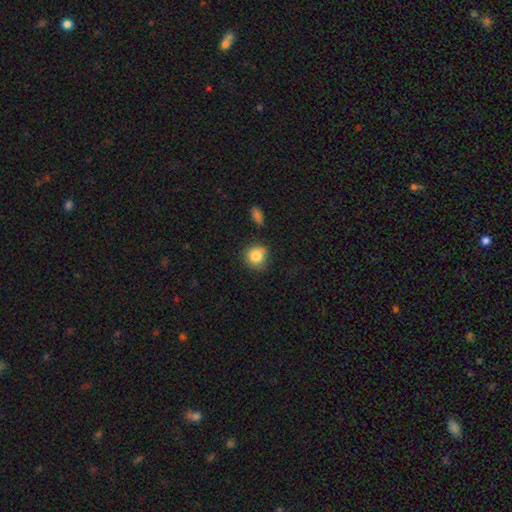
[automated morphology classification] The model was most divided on "merging": none: 73%, minor disturbance: 18%, merger: 5%, major disturbance: 4%. More confident: how rounded — round (87%); smooth or featured — smooth (83%).